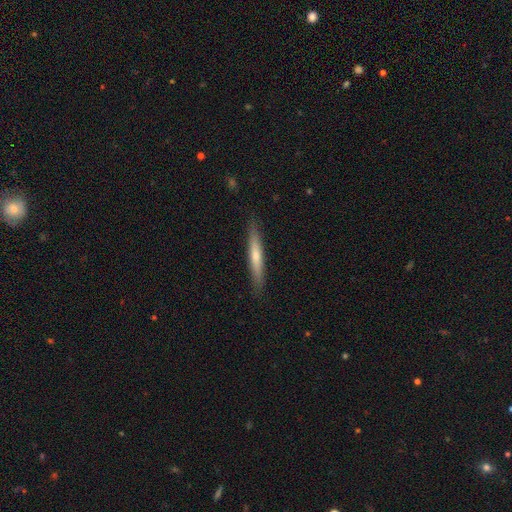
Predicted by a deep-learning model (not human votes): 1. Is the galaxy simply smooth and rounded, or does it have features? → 56% smooth, 39% featured or disk, 6% star or artifact.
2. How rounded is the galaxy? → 94% cigar-shaped, 4% in between, 1% round.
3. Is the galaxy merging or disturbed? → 89% none, 8% minor disturbance, 2% major disturbance, 1% merger.